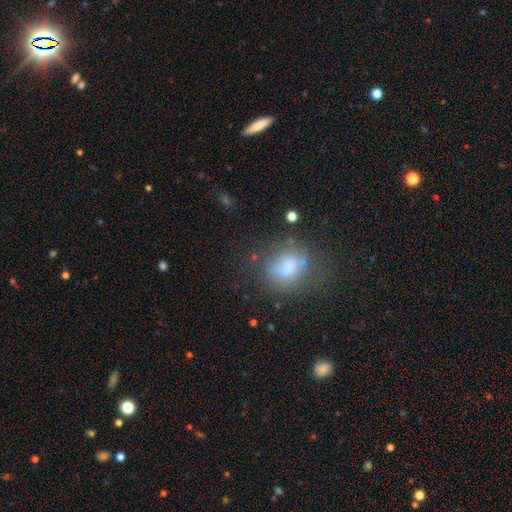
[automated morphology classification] The model was most divided on "how rounded": round: 52%, in between: 46%, cigar-shaped: 2%. More confident: merging — none (74%); smooth or featured — smooth (59%).